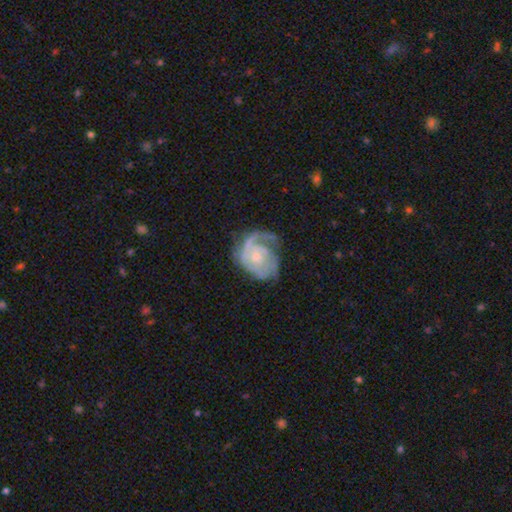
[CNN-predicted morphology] A featured or disk galaxy (80%) with no bar (75%), 2 (28%) tight (56%) spiral arms (89%) and a small central bulge (46%).

Vote fractions:
- Smooth or featured? featured or disk: 80% / smooth: 14% / star or artifact: 6%
- Edge-on disk? no: 98% / yes: 2%
- Bar? no: 75% / weak: 22% / strong: 3%
- Spiral arms? yes: 89% / no: 11%
- Spiral winding? tight: 56% / medium: 31% / loose: 13%
- Spiral arm count? 2: 28% / can't tell: 27% / 1: 27% / 3: 12% / 4: 4% / more than 4: 3%
- Bulge size? small: 46% / moderate: 43% / none: 6% / large: 4% / dominant: 1%
- Merging? none: 49% / minor disturbance: 26% / major disturbance: 23% / merger: 2%